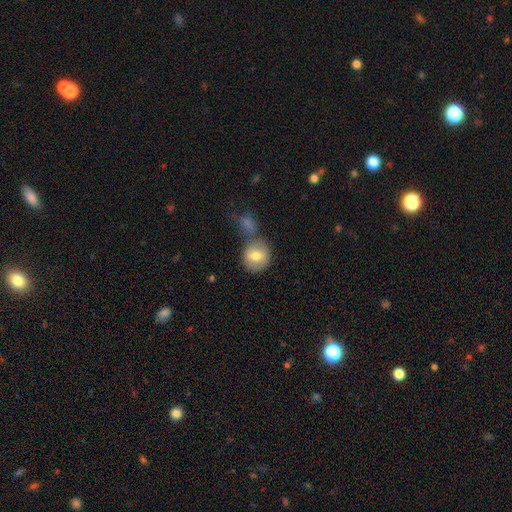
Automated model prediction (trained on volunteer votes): The model was most divided on "merging": none: 52%, merger: 30%, minor disturbance: 12%, major disturbance: 5%. More confident: how rounded — round (84%); smooth or featured — smooth (75%).